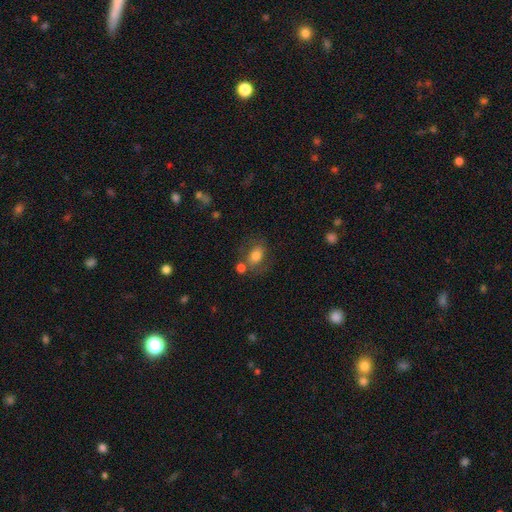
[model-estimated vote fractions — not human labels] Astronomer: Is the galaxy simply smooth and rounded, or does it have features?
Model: smooth — 69%.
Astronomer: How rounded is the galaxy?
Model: in between — 70%.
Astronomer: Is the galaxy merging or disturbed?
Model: none — 58%.